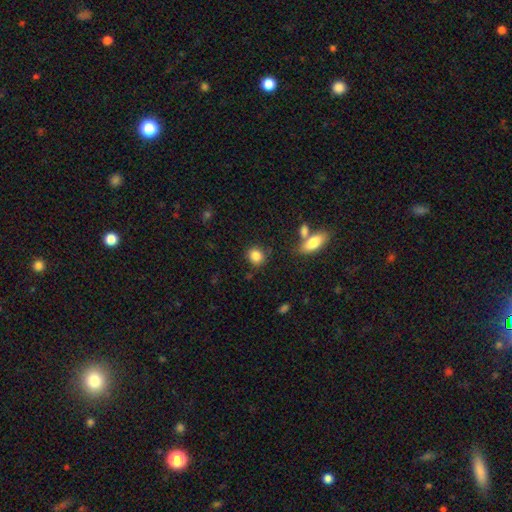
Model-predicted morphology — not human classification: smooth-or-featured: smooth: 86% | star or artifact: 9% | featured or disk: 6%
  how-rounded: round: 72% | in between: 26% | cigar-shaped: 2%
  merging: none: 80% | minor disturbance: 11% | merger: 6% | major disturbance: 3%